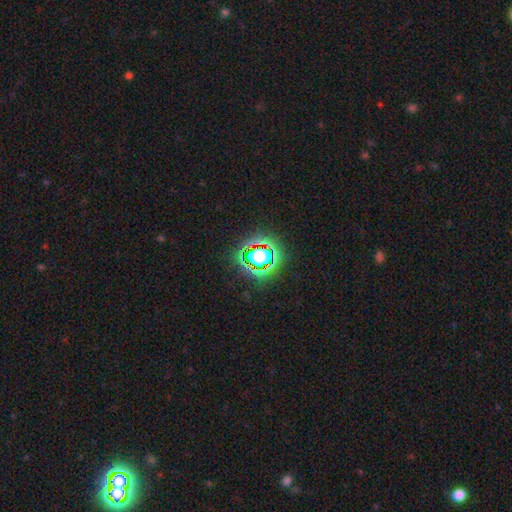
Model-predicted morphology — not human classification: The model was most divided on "smooth or featured": star or artifact: 61%, smooth: 26%, featured or disk: 13%.